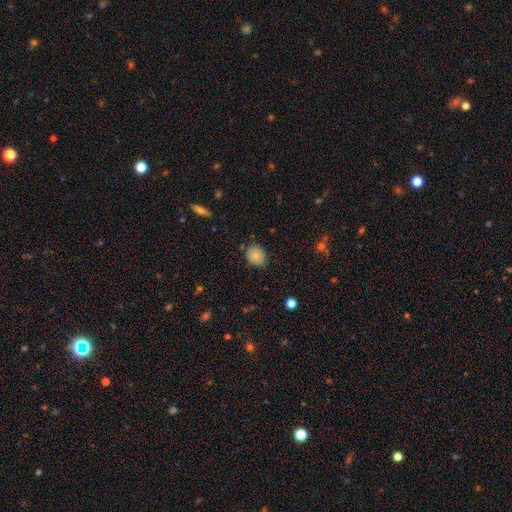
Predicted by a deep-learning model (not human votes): A smooth galaxy with no disk features (82%) that is round (62%).

Vote fractions:
- Smooth or featured? smooth: 82% / featured or disk: 9% / star or artifact: 9%
- How rounded? round: 62% / in between: 37% / cigar-shaped: 1%
- Merging? none: 81% / minor disturbance: 15% / major disturbance: 3% / merger: 2%